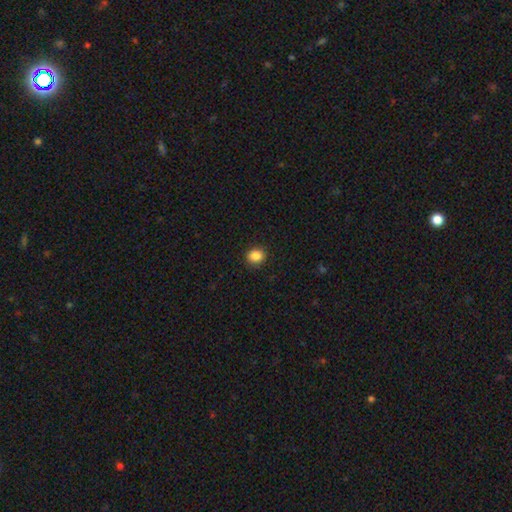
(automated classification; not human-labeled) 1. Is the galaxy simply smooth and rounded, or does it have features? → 86% smooth, 10% star or artifact, 4% featured or disk.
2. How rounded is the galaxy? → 69% round, 30% in between, 1% cigar-shaped.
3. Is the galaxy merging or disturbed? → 91% none, 6% minor disturbance, 2% major disturbance, 1% merger.